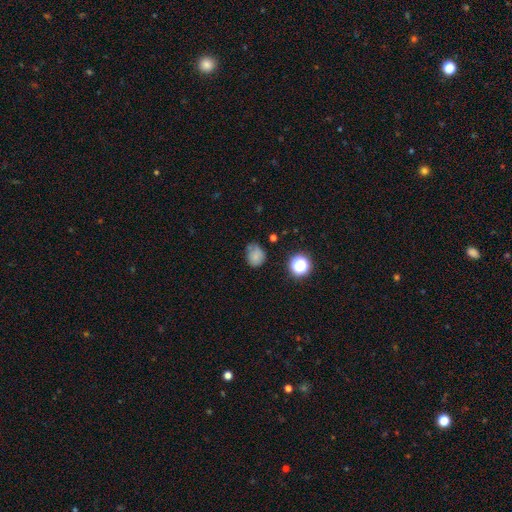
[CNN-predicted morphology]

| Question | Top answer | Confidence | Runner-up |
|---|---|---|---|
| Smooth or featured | smooth | 72% | star or artifact (17%) |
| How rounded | round | 60% | in between (39%) |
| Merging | none | 52% | minor disturbance (33%) |